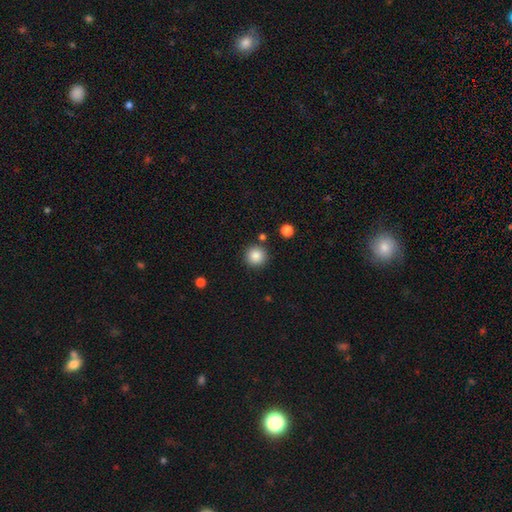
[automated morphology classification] This appears to be a smooth galaxy with no disk features (86%) that is round (95%). Merging: none (88%).